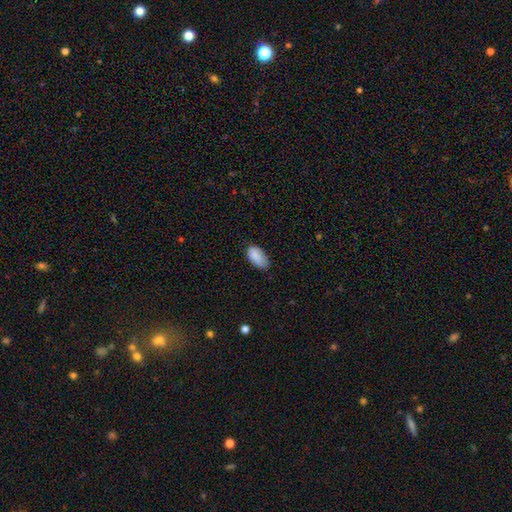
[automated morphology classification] type=smooth (87%); roundness=in between (94%); merging=none (66%).